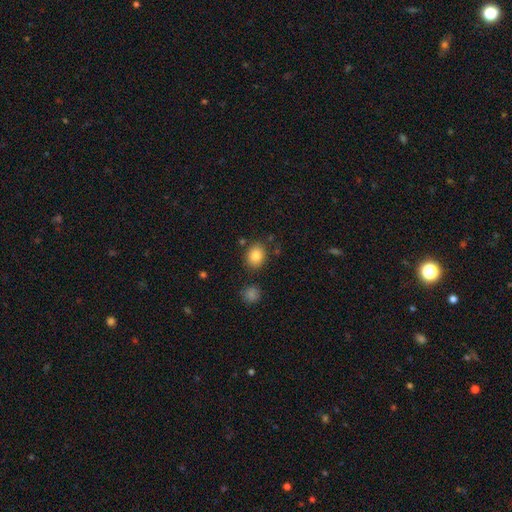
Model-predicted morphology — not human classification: Smooth or featured: smooth — 83% (star or artifact — 10%)
How rounded: in between — 50% (tied with round — 50%)
Merging: none — 81% (minor disturbance — 11%)